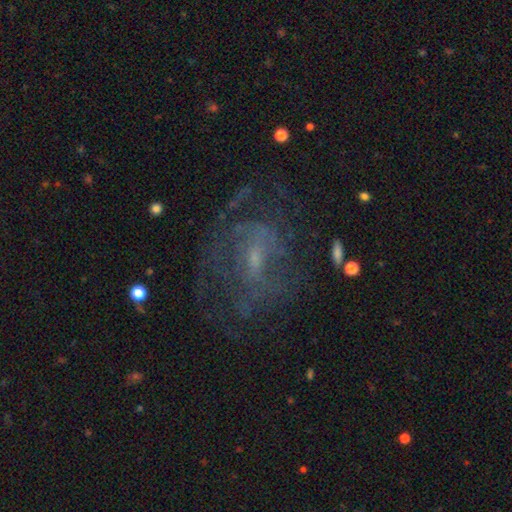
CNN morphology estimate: Smooth or featured?
  - featured or disk: 69% *
  - smooth: 16%
  - star or artifact: 15%
Edge-on disk?
  - no: 96% *
  - yes: 4%
Bar?
  - weak: 47% *
  - no: 42%
  - strong: 11%
Spiral arms?
  - yes: 66% *
  - no: 34%
Bulge size?
  - small: 60% *
  - moderate: 25%
  - none: 13%
  - large: 2%
  - dominant: 1%
Merging?
  - none: 56% *
  - major disturbance: 24%
  - minor disturbance: 17%
  - merger: 2%